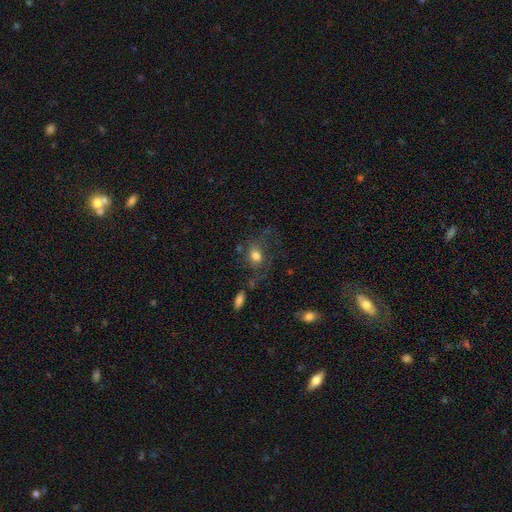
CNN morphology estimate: smooth_or_featured: smooth (p=0.61) [alt: featured or disk p=0.27]
how_rounded: round (p=0.52) [alt: in between p=0.47]
merging: none (p=0.49) [alt: major disturbance p=0.24]